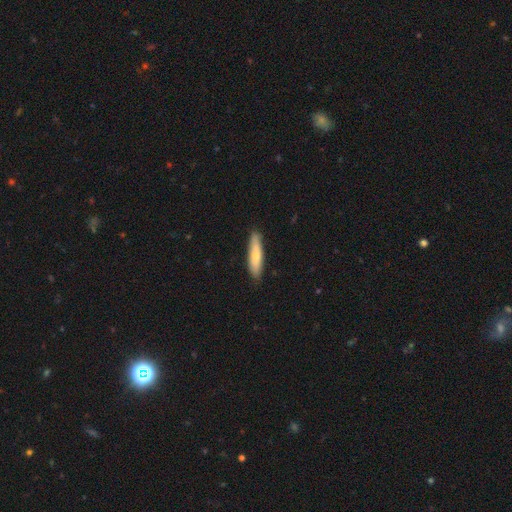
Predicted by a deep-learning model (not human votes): Smooth or featured? Predicted: smooth (p=0.71). How rounded? Predicted: cigar-shaped (p=0.77). Merging? Predicted: none (p=0.86).